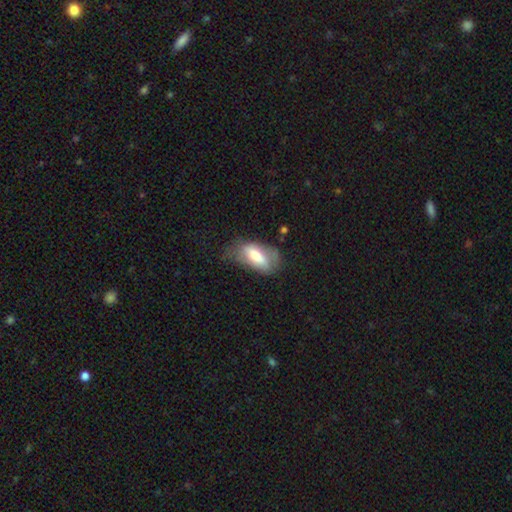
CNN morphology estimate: smooth-or-featured: smooth: 67% | featured or disk: 27% | star or artifact: 7%
  how-rounded: in between: 88% | cigar-shaped: 9% | round: 3%
  merging: none: 44% | minor disturbance: 33% | major disturbance: 20% | merger: 3%